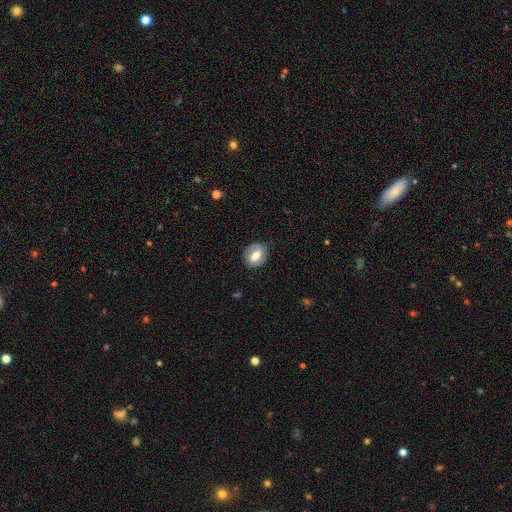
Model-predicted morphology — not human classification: featured or disk 50%, smooth 43%, star or artifact 7%. Down the decision tree: merging — none (80%).